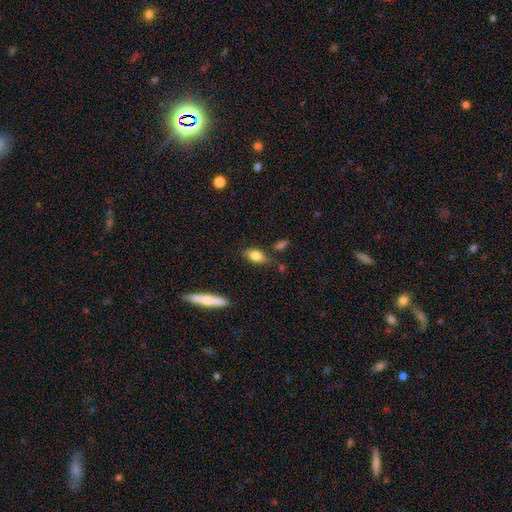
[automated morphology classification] smooth 76%, featured or disk 16%, star or artifact 8%. Down the decision tree: how rounded — in between (82%); merging — none (67%).